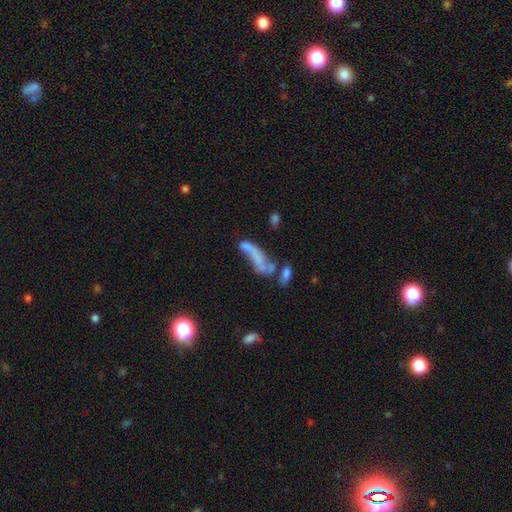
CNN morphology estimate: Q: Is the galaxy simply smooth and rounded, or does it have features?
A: featured or disk — 47%.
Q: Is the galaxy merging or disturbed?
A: merger — 38%.